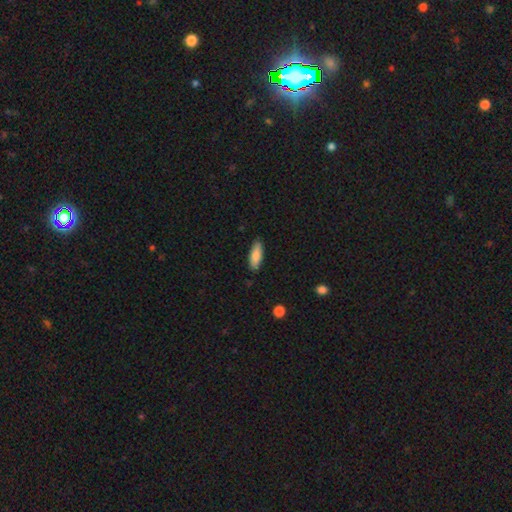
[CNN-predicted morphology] type=smooth (83%); roundness=in between (61%); merging=none (87%).